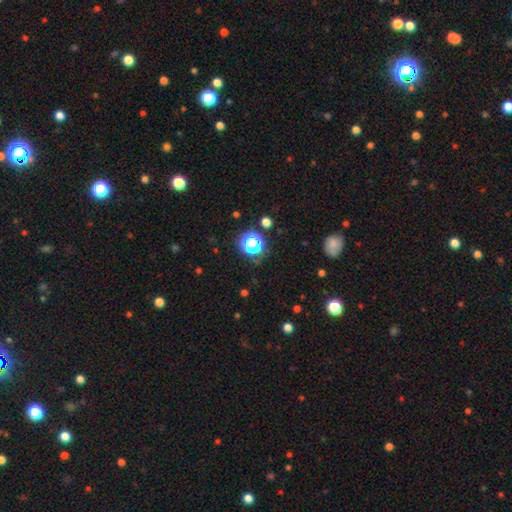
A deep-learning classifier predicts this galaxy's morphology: The model was most divided on "smooth or featured": star or artifact: 65%, smooth: 27%, featured or disk: 8%.